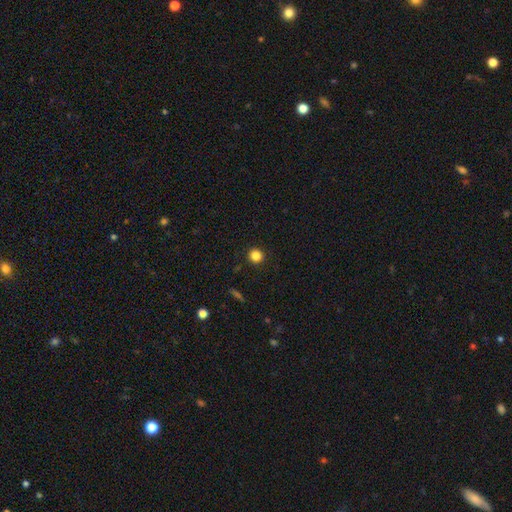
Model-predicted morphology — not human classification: This appears to be a smooth galaxy with no disk features (84%) that is round (94%). Merging: none (92%).